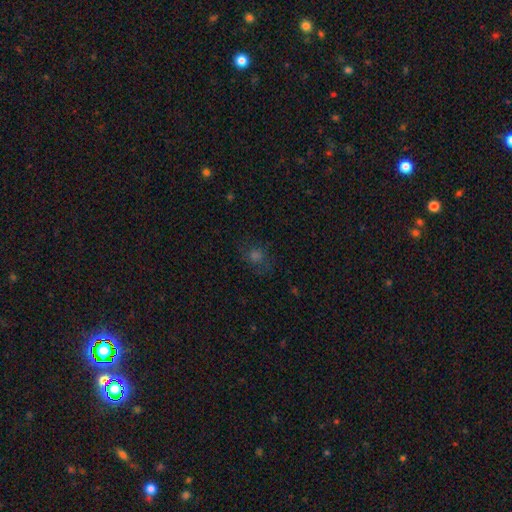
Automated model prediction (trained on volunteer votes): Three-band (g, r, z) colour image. It shows a smooth galaxy with no disk features (46%). Merging: none (71%).